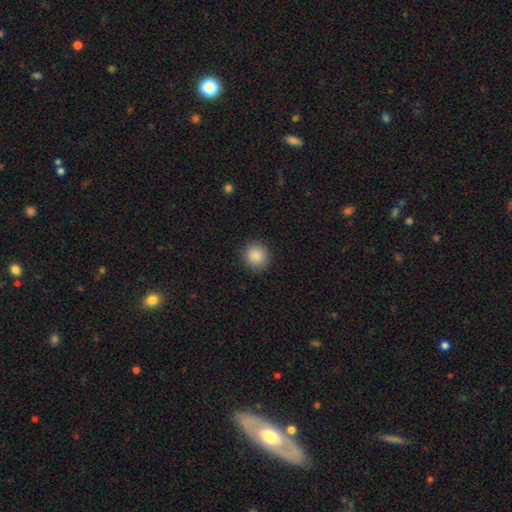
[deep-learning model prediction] smooth-or-featured: smooth: 88% | star or artifact: 9% | featured or disk: 3%
  how-rounded: round: 90% | in between: 9% | cigar-shaped: 1%
  merging: none: 90% | minor disturbance: 7% | major disturbance: 2% | merger: 1%